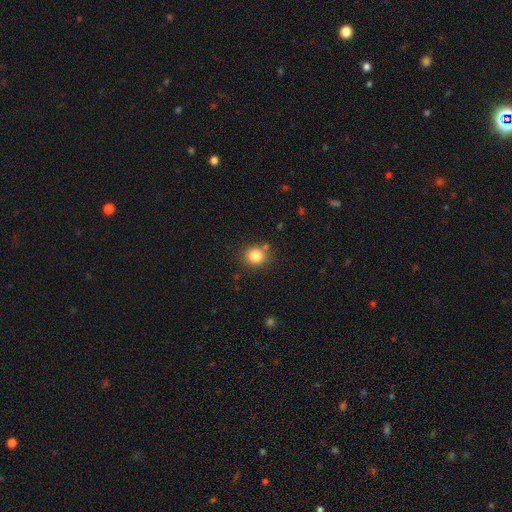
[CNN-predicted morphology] Smooth or featured: smooth — 83% (star or artifact — 11%)
How rounded: round — 83% (in between — 16%)
Merging: none — 78% (minor disturbance — 12%)